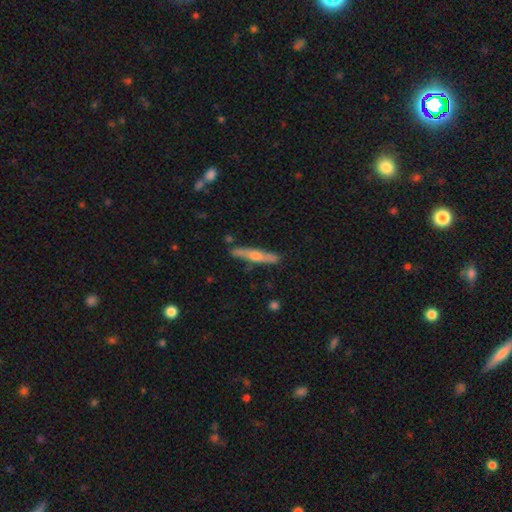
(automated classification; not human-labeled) The model was most divided on "smooth or featured": featured or disk: 59%, smooth: 35%, star or artifact: 7%. More confident: edge-on disk — yes (94%); merging — none (86%); edge-on bulge — rounded (82%).